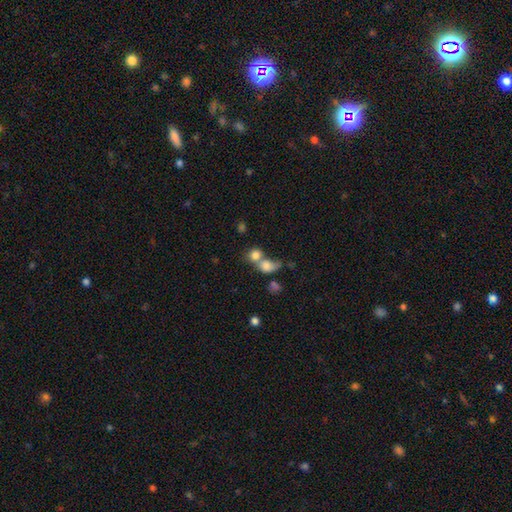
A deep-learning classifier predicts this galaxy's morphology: Smooth or featured: smooth — 79% (featured or disk — 11%)
How rounded: round — 68% (in between — 30%)
Merging: merger — 62% (none — 26%)